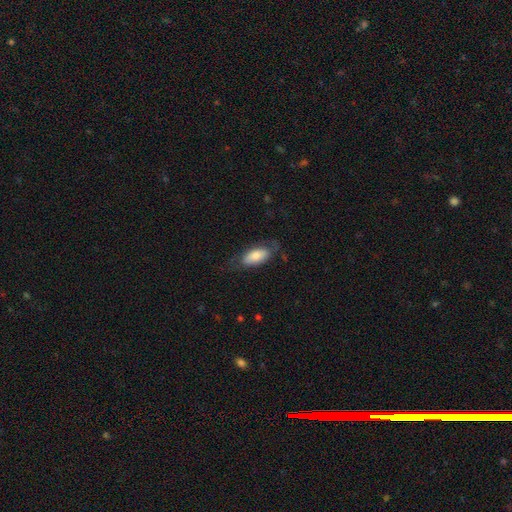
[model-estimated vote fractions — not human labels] Smooth or featured? Predicted: smooth (p=0.77). How rounded? Predicted: in between (p=0.88). Merging? Predicted: none (p=0.63).